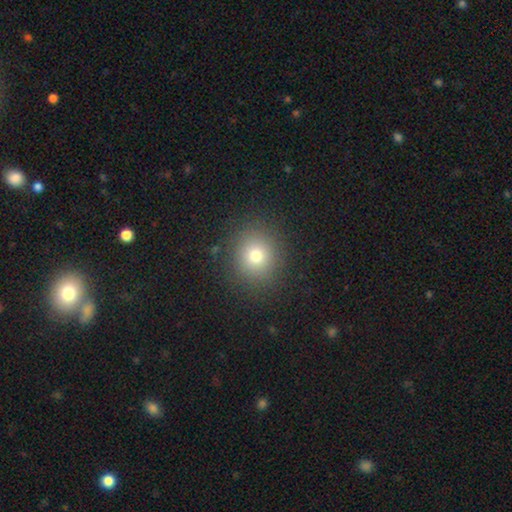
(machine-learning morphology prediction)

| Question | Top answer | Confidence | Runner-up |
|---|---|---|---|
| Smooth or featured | smooth | 74% | star or artifact (16%) |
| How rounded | round | 86% | in between (13%) |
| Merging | none | 88% | minor disturbance (7%) |